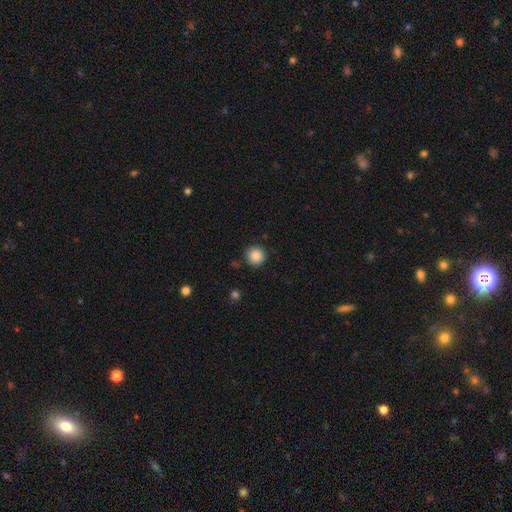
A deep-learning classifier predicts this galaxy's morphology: A smooth galaxy with no disk features (87%) that is round (95%). Merging: none (89%).